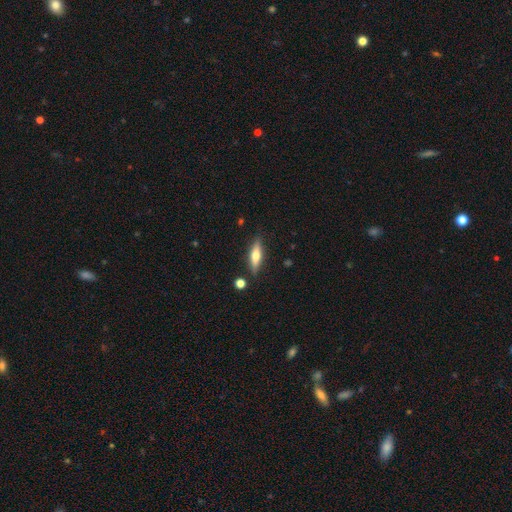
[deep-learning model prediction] smooth_or_featured: smooth (p=0.48) [alt: featured or disk p=0.45]
merging: none (p=0.85) [alt: minor disturbance p=0.10]